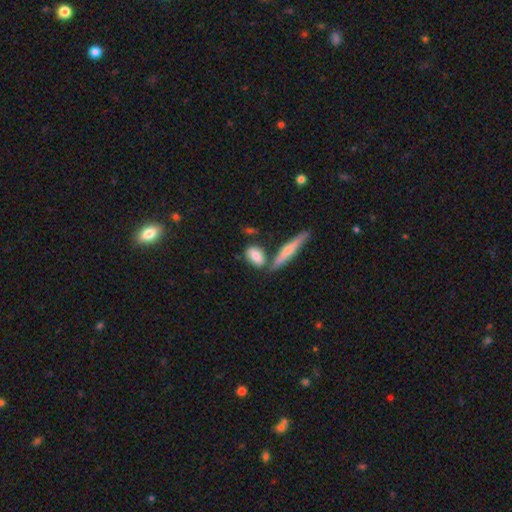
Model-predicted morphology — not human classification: smooth 74%, featured or disk 19%, star or artifact 6%. Down the decision tree: how rounded — in between (76%); merging — none (59%).